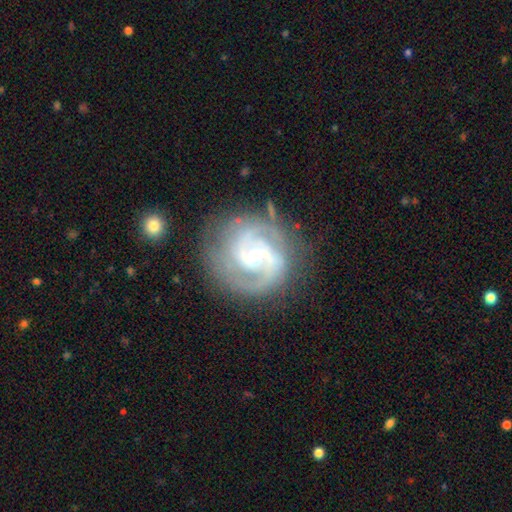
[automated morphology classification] Smooth or featured? Predicted: featured or disk (p=0.90). Edge-on disk? Predicted: no (p=0.98). Bar? Predicted: no (p=0.47). Spiral arms? Predicted: yes (p=0.98). Spiral winding? Predicted: tight (p=0.51). Spiral arm count? Predicted: 2 (p=0.68). Bulge size? Predicted: moderate (p=0.53). Merging? Predicted: none (p=0.76).